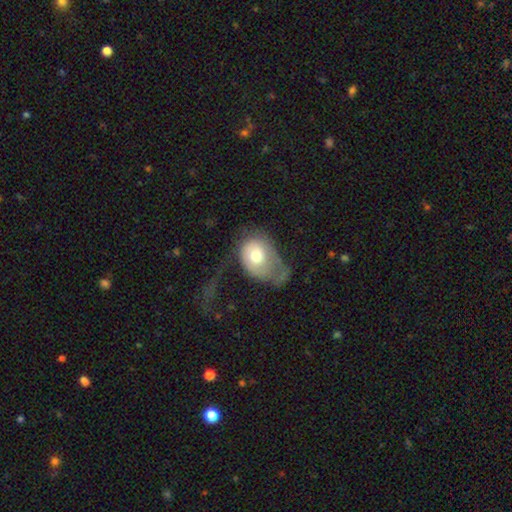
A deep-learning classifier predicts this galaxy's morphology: Q: Smooth or featured?
A: smooth (61%); runner-up: featured or disk (33%)
Q: How rounded?
A: in between (67%); runner-up: round (32%)
Q: Merging?
A: major disturbance (58%); runner-up: minor disturbance (21%)